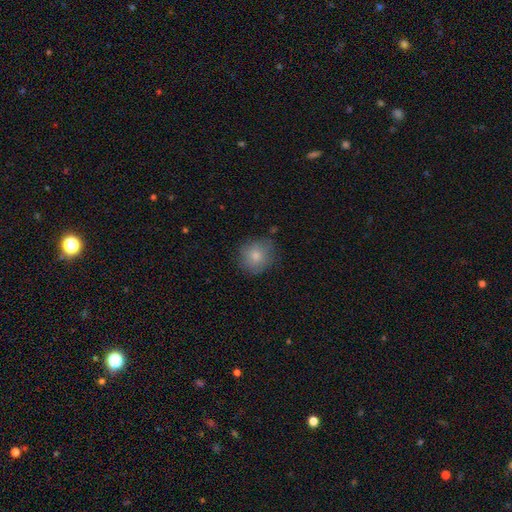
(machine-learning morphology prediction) Smooth or featured: smooth — 80% (featured or disk — 11%)
How rounded: round — 83% (in between — 16%)
Merging: none — 77% (minor disturbance — 17%)